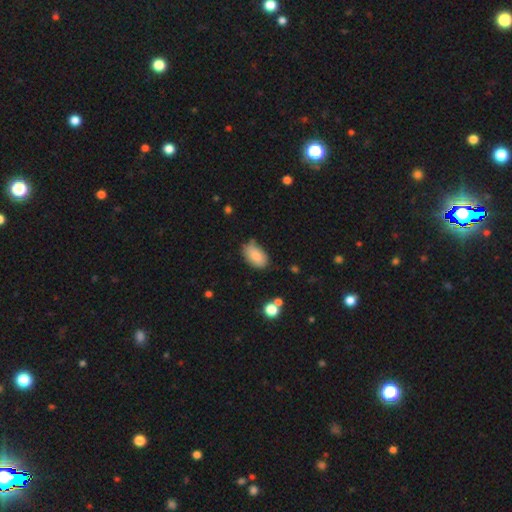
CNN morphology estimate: smooth 84%, featured or disk 9%, star or artifact 7%. Down the decision tree: how rounded — in between (93%); merging — none (73%).